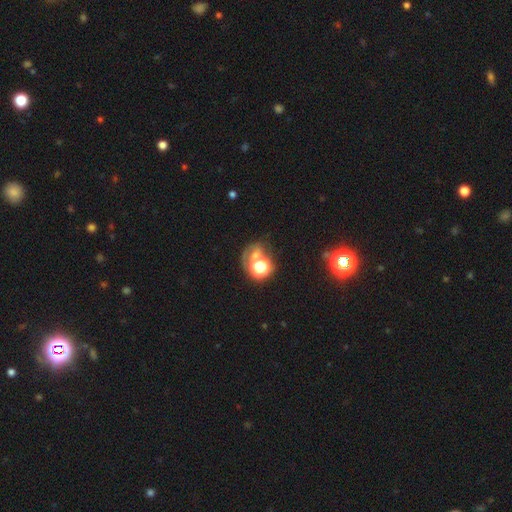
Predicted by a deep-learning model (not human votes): smooth_or_featured: smooth (p=0.40) [alt: star or artifact p=0.37]
merging: none (p=0.43) [alt: merger p=0.24]